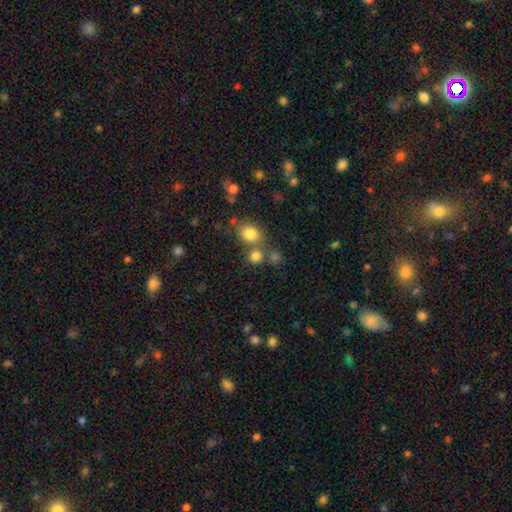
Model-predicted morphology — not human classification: A smooth galaxy with no disk features (79%) that is round (79%).

Vote fractions:
- Smooth or featured? smooth: 79% / star or artifact: 13% / featured or disk: 7%
- How rounded? round: 79% / in between: 20% / cigar-shaped: 1%
- Merging? none: 59% / merger: 28% / minor disturbance: 9% / major disturbance: 4%